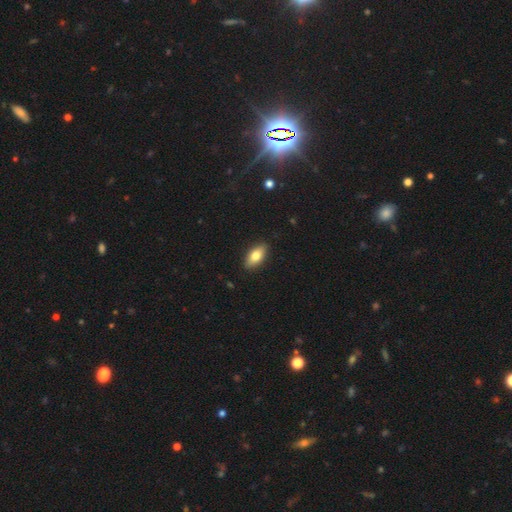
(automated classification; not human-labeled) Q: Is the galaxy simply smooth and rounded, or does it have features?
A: smooth — 77%.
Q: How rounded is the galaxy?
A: in between — 87%.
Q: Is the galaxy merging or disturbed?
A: none — 89%.